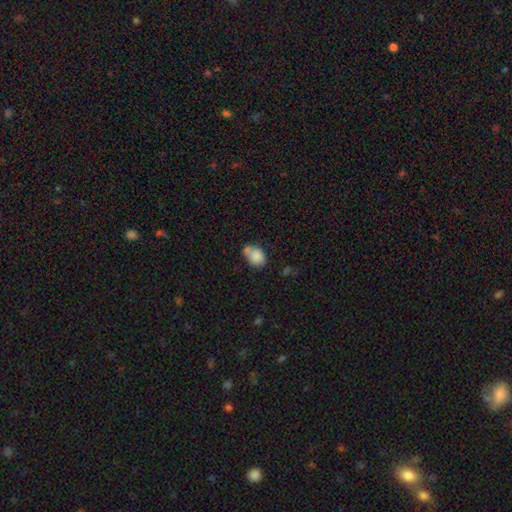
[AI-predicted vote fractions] Overall: smooth (83%). How rounded: in between (62%; round 37%). Merging: none (43%; merger 30%).